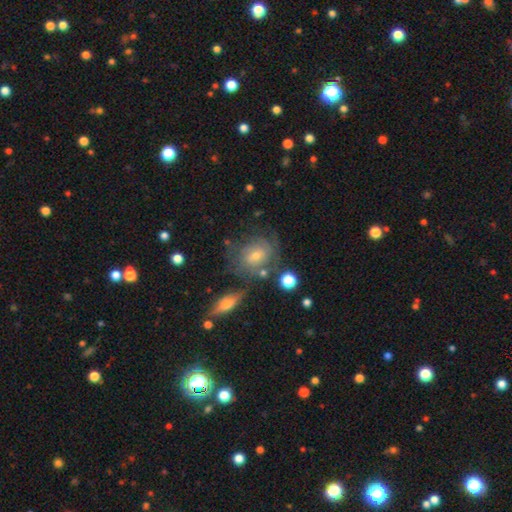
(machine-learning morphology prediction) smooth-or-featured: featured or disk: 62% | smooth: 27% | star or artifact: 11%
  disk-edge-on: no: 93% | yes: 7%
    bar: no: 63% | weak: 31% | strong: 6%
    has-spiral-arms: yes: 80% | no: 20%
    bulge-size: small: 54% | moderate: 39% | large: 3% | none: 3% | dominant: 1%
  merging: none: 59% | minor disturbance: 20% | major disturbance: 12% | merger: 9%